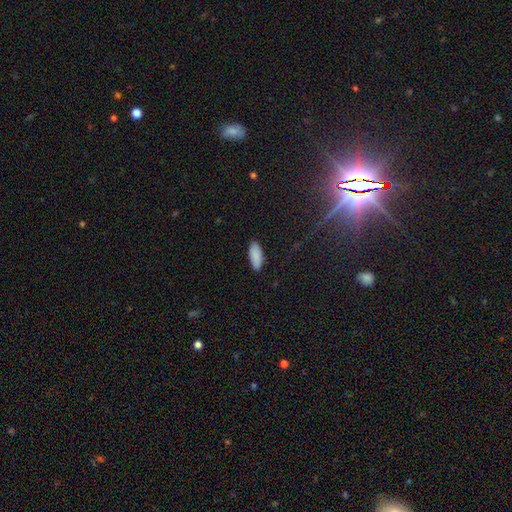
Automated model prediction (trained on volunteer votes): A smooth galaxy with no disk features (89%) that is in between round and cigar-shaped (81%). Merging: none (88%).